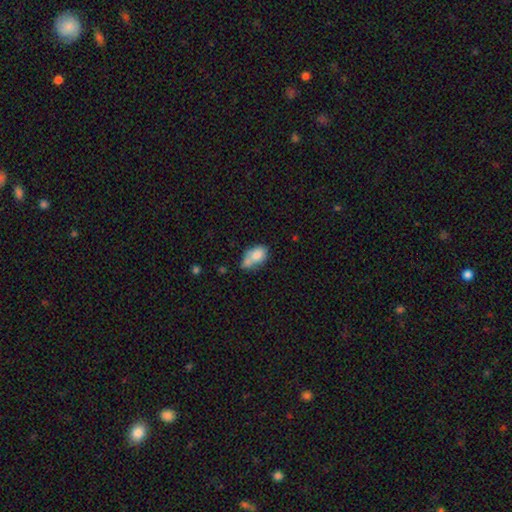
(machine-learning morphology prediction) Q: Smooth or featured?
A: smooth (76%); runner-up: featured or disk (15%)
Q: How rounded?
A: in between (85%); runner-up: round (12%)
Q: Merging?
A: merger (35%); runner-up: none (33%)